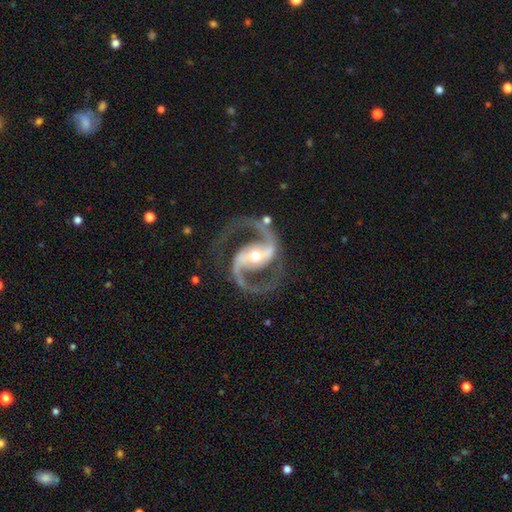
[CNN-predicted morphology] Q: Smooth or featured?
A: featured or disk (94%); runner-up: star or artifact (4%)
Q: Edge-on disk?
A: no (98%); runner-up: yes (2%)
Q: Bar?
A: strong (58%); runner-up: weak (29%)
Q: Spiral arms?
A: yes (98%); runner-up: no (2%)
Q: Spiral winding?
A: medium (66%); runner-up: loose (23%)
Q: Spiral arm count?
A: 2 (95%); runner-up: 3 (1%)
Q: Bulge size?
A: moderate (65%); runner-up: small (27%)
Q: Merging?
A: none (79%); runner-up: minor disturbance (11%)